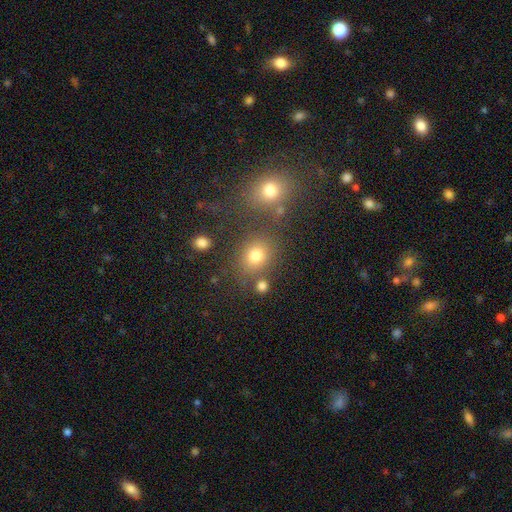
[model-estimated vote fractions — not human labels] Smooth or featured?
  - smooth: 76% *
  - star or artifact: 16%
  - featured or disk: 8%
How rounded?
  - round: 59% *
  - in between: 40%
  - cigar-shaped: 1%
Merging?
  - none: 72% *
  - merger: 12%
  - minor disturbance: 11%
  - major disturbance: 5%